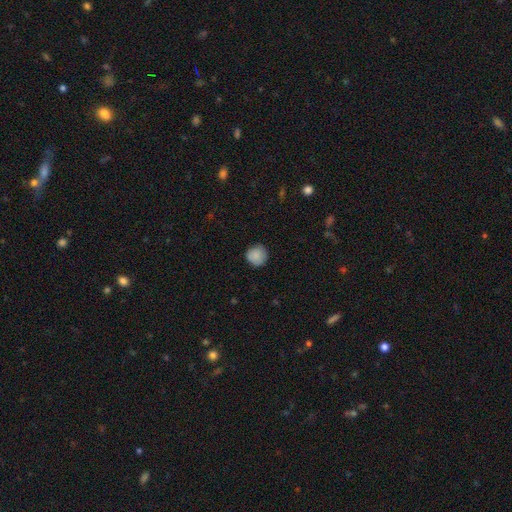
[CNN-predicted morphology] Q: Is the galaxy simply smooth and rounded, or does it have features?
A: smooth — 87%.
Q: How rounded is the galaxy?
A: round — 93%.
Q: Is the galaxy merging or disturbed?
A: none — 84%.